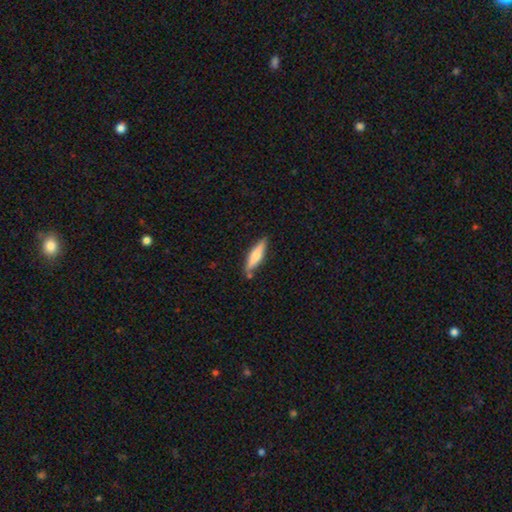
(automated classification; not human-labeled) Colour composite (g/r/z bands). It shows a smooth galaxy with no disk features (61%) that is cigar-shaped (75%). Merging: none (78%).